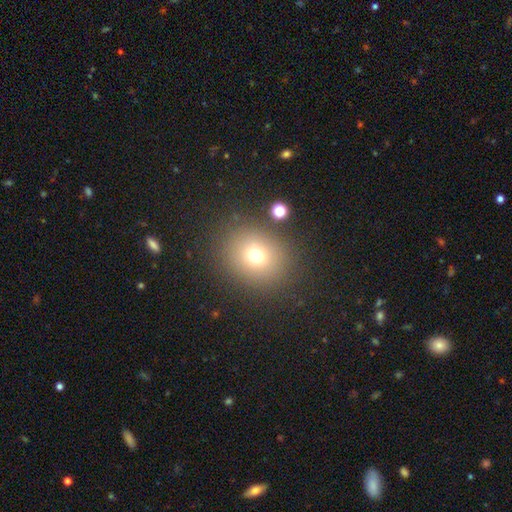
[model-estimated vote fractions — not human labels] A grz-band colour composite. It shows a smooth galaxy with no disk features (72%) that is round (70%). Merging: none (83%).